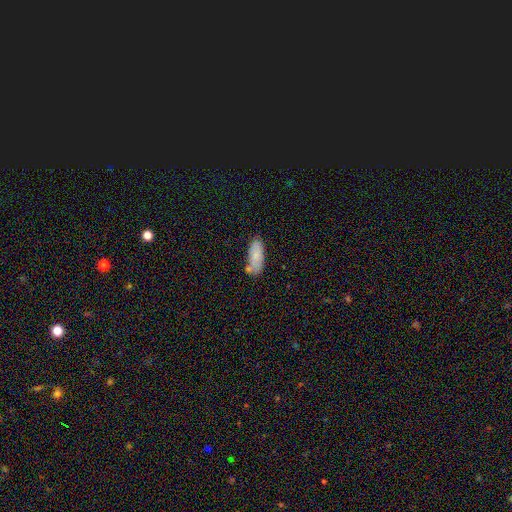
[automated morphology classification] Smooth or featured?
  - smooth: 81% *
  - featured or disk: 12%
  - star or artifact: 7%
How rounded?
  - in between: 77% *
  - cigar-shaped: 21%
  - round: 2%
Merging?
  - none: 67% *
  - minor disturbance: 19%
  - merger: 10%
  - major disturbance: 4%